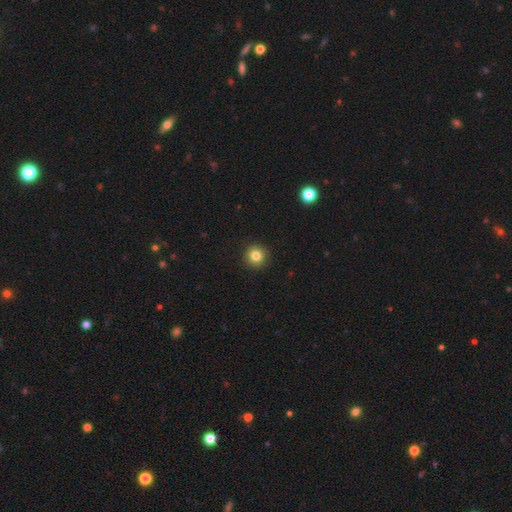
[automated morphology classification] A smooth galaxy with no disk features (82%) that is round (95%). Merging: none (93%).